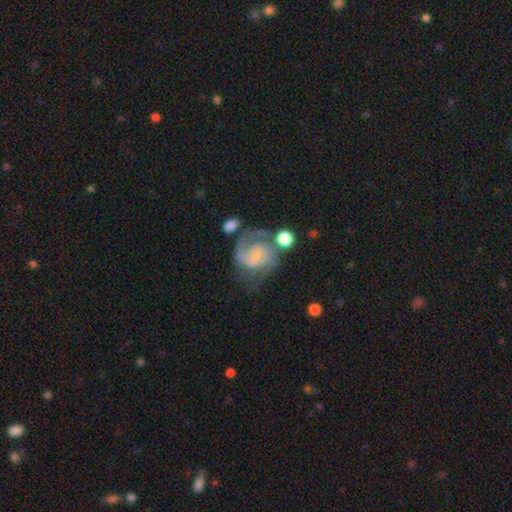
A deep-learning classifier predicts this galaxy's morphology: Smooth or featured?
  - featured or disk: 76% *
  - smooth: 18%
  - star or artifact: 7%
Edge-on disk?
  - no: 98% *
  - yes: 2%
Bar?
  - no: 54% *
  - weak: 38%
  - strong: 8%
Spiral arms?
  - yes: 90% *
  - no: 10%
Spiral winding?
  - medium: 43% *
  - tight: 40%
  - loose: 17%
Spiral arm count?
  - 2: 56% *
  - can't tell: 20%
  - 1: 11%
  - 3: 8%
  - 4: 2%
  - more than 4: 2%
Bulge size?
  - small: 63% *
  - none: 17%
  - moderate: 16%
  - large: 3%
  - dominant: 1%
Merging?
  - none: 44% *
  - major disturbance: 24%
  - minor disturbance: 21%
  - merger: 11%